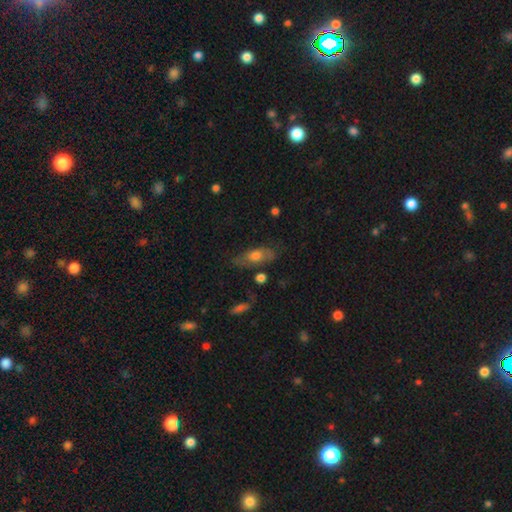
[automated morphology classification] A smooth galaxy with no disk features (61%) that is in between round and cigar-shaped (77%). Merging: none (64%).